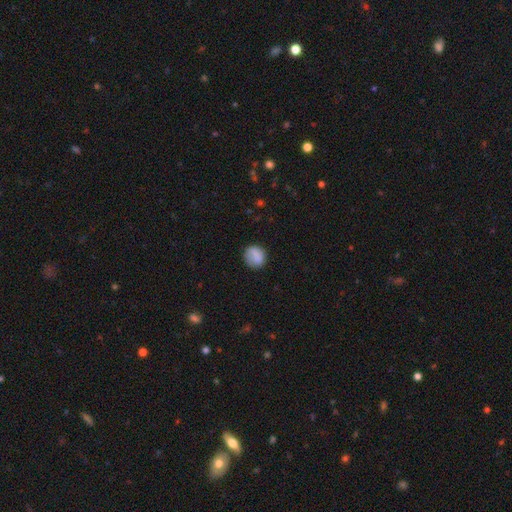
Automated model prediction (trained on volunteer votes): This is clearly a smooth galaxy (81%). How rounded: likely round (78%). Merging: likely none (79%).